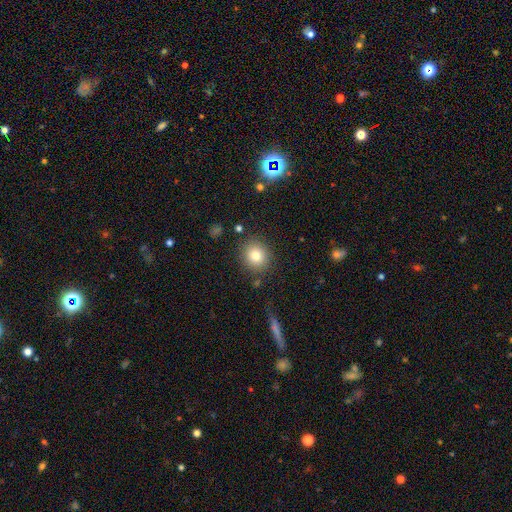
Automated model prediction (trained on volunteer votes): smooth_or_featured: smooth (p=0.80) [alt: star or artifact p=0.11]
how_rounded: round (p=0.84) [alt: in between p=0.15]
merging: none (p=0.86) [alt: minor disturbance p=0.09]